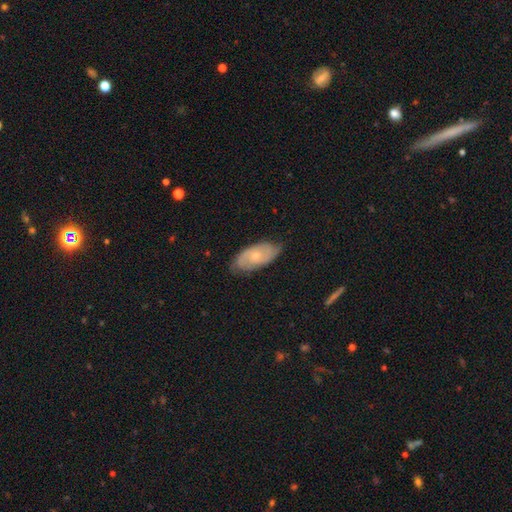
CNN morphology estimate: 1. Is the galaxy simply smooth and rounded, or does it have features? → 63% featured or disk, 31% smooth, 7% star or artifact.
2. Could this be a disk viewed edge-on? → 92% no, 8% yes.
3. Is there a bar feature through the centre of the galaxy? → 78% no, 19% weak, 3% strong.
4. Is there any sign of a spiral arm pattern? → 84% yes, 16% no.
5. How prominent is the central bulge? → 66% small, 30% moderate, 2% none, 1% large, 1% dominant.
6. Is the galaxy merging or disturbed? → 75% none, 20% minor disturbance, 4% major disturbance, 1% merger.